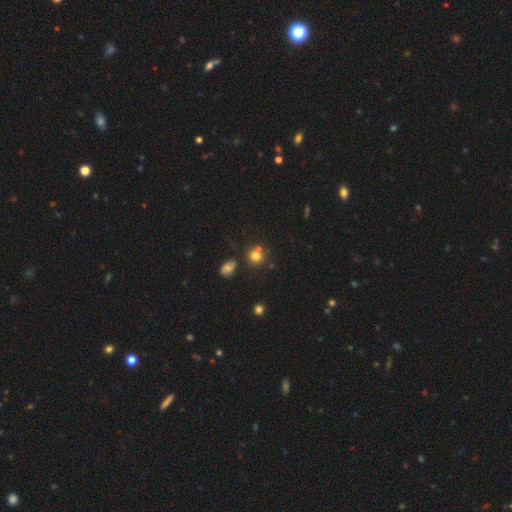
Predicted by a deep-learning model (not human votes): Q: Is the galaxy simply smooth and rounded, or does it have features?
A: smooth — 75%.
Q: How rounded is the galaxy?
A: round — 84%.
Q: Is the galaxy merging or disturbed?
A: none — 64%.